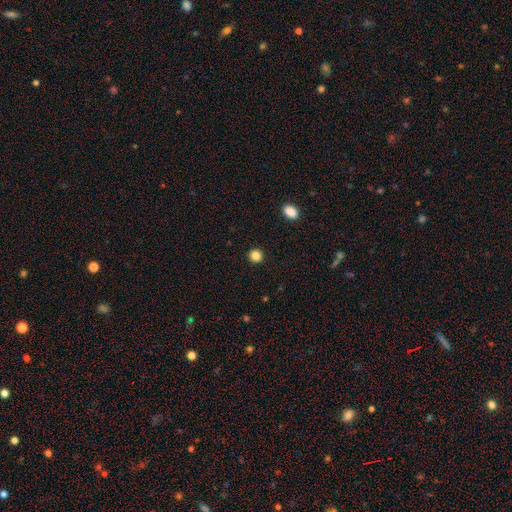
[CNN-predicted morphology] Smooth or featured? smooth (84%)
How rounded? round (94%)
Merging? none (93%)